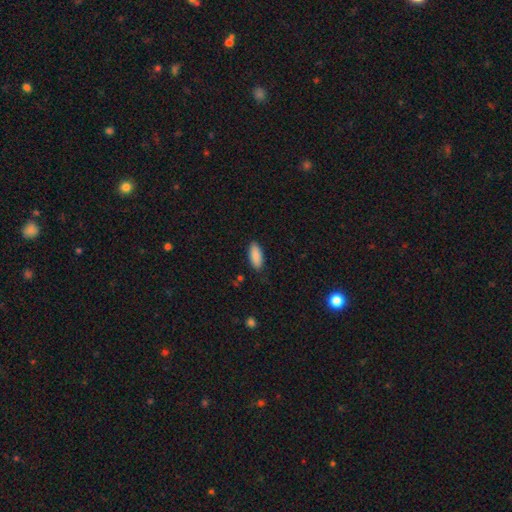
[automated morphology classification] Overall: smooth (90%). How rounded: in between (78%). Merging: none (87%).